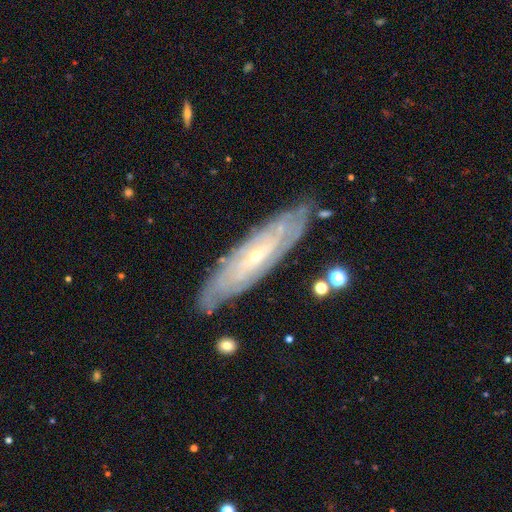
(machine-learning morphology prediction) Smooth or featured: featured or disk — 82% (smooth — 11%)
Edge-on disk: no — 76% (yes — 24%)
Bar: no — 56% (weak — 31%)
Spiral arms: yes — 92% (no — 8%)
Spiral winding: tight — 77% (medium — 18%)
Spiral arm count: can't tell — 54% (2 — 13%)
Bulge size: small — 80% (moderate — 17%)
Merging: none — 84% (minor disturbance — 12%)